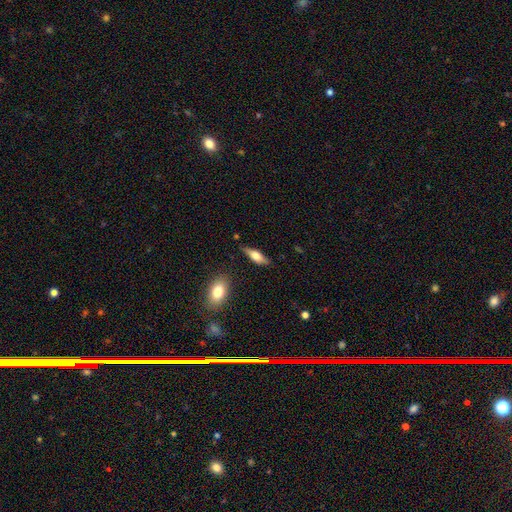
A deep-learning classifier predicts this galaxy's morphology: Smooth or featured: smooth — 58% (featured or disk — 36%)
How rounded: in between — 52% (cigar-shaped — 45%)
Merging: none — 80% (minor disturbance — 14%)